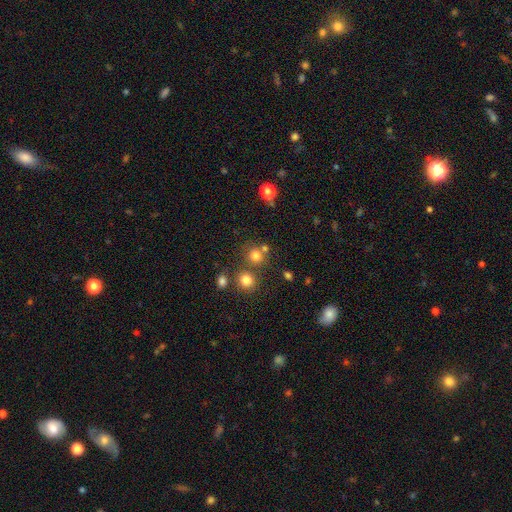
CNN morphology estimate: smooth 75%, star or artifact 17%, featured or disk 8%. Down the decision tree: how rounded — round (88%); merging — none (67%).